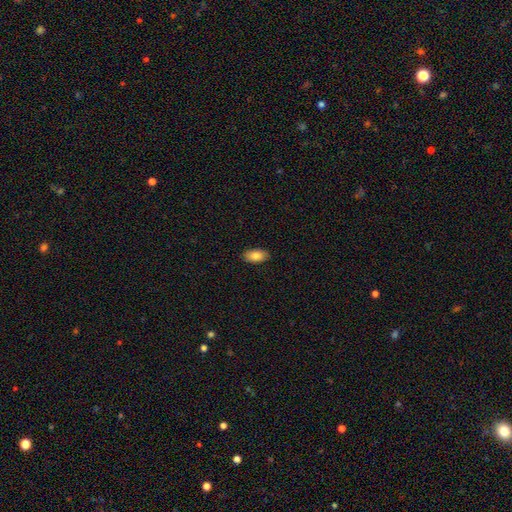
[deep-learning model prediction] smooth_or_featured: smooth (p=0.84) [alt: featured or disk p=0.09]
how_rounded: in between (p=0.93) [alt: cigar-shaped p=0.03]
merging: none (p=0.89) [alt: minor disturbance p=0.08]